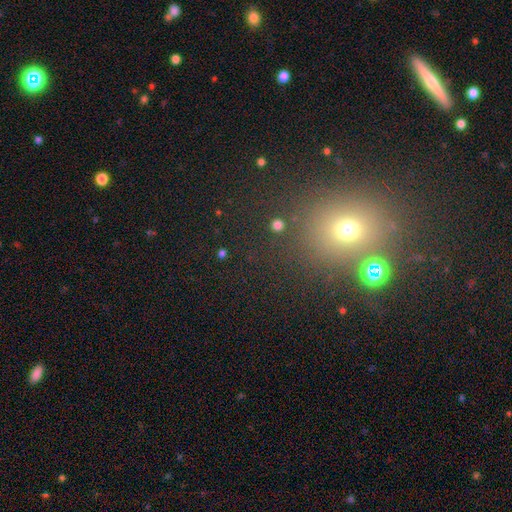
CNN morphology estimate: Q: Smooth or featured?
A: smooth (47%); runner-up: star or artifact (43%)
Q: Merging?
A: none (78%); runner-up: merger (9%)